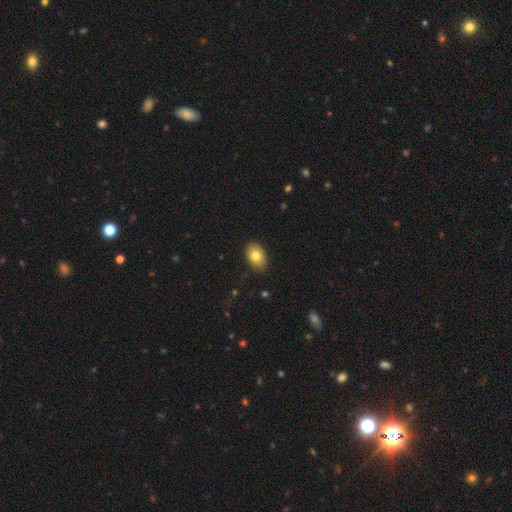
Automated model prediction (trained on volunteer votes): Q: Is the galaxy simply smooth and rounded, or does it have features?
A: smooth — 79%.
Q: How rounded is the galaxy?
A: in between — 83%.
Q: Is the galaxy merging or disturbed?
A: none — 87%.